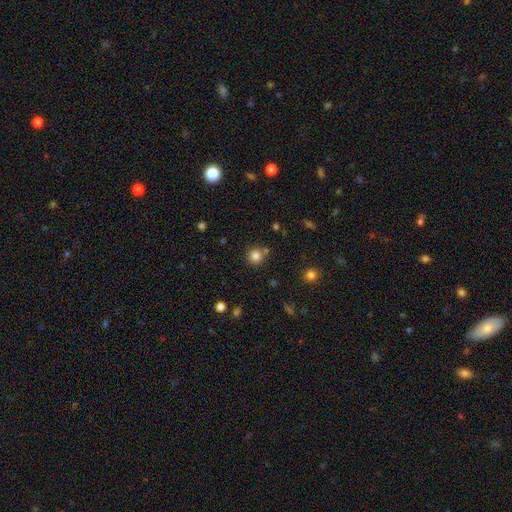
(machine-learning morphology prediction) This appears to be a smooth galaxy with no disk features (81%) that is round (92%). Merging: none (77%).